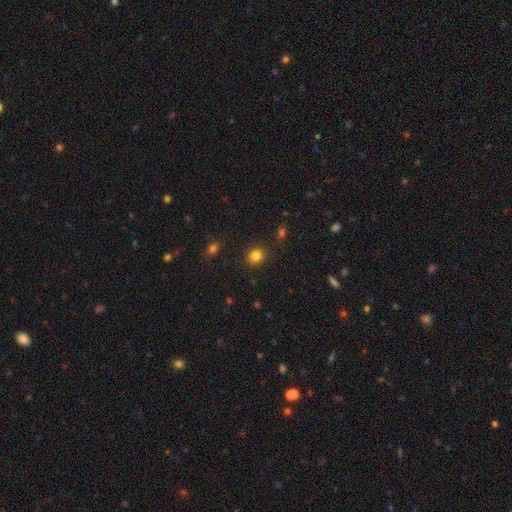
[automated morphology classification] Smooth or featured?
  - smooth: 83% *
  - star or artifact: 12%
  - featured or disk: 5%
How rounded?
  - round: 79% *
  - in between: 20%
  - cigar-shaped: 1%
Merging?
  - none: 88% *
  - minor disturbance: 8%
  - major disturbance: 3%
  - merger: 2%